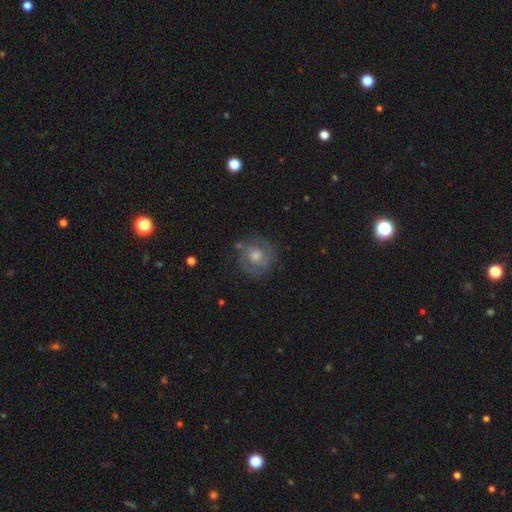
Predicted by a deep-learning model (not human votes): This is likely a featured or disk galaxy (63%). It is clearly not viewed edge-on (97%). Bar: likely no (70%). Spiral arm pattern: clearly yes (84%). Spiral arm count: possibly 2 (51%). Spiral winding: possibly tight (60%). Central bulge: likely moderate (63%). Merging: likely none (80%).